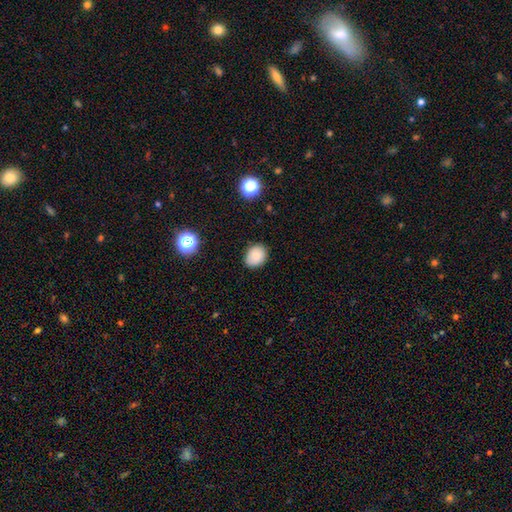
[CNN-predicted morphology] smooth-or-featured: smooth: 83% | star or artifact: 10% | featured or disk: 7%
  how-rounded: in between: 52% | round: 47% | cigar-shaped: 1%
  merging: none: 84% | minor disturbance: 12% | major disturbance: 2% | merger: 1%